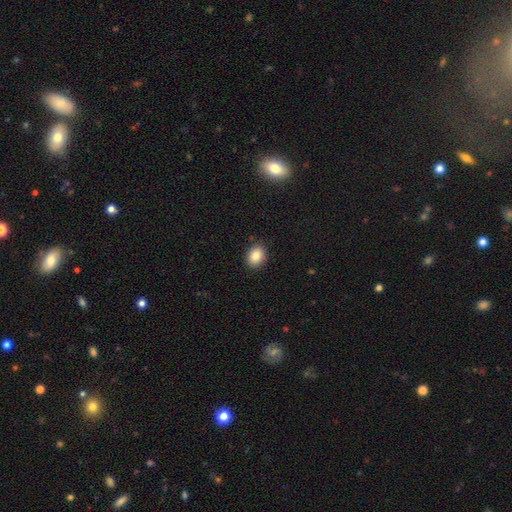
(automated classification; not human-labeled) Q: Smooth or featured?
A: smooth (86%); runner-up: star or artifact (9%)
Q: How rounded?
A: in between (69%); runner-up: round (30%)
Q: Merging?
A: none (88%); runner-up: minor disturbance (9%)